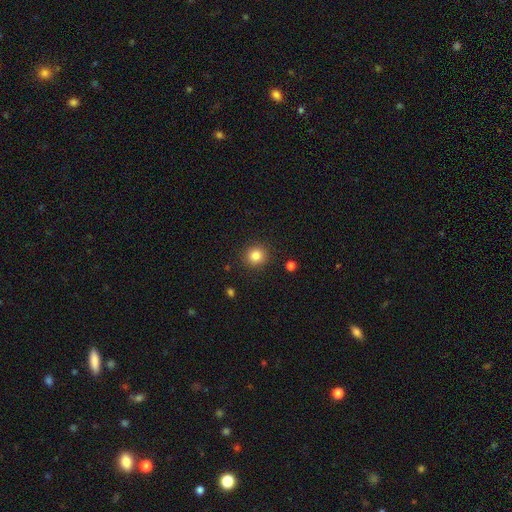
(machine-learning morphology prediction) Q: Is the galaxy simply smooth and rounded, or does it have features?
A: smooth — 84%.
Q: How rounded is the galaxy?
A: round — 90%.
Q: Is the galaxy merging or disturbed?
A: none — 90%.